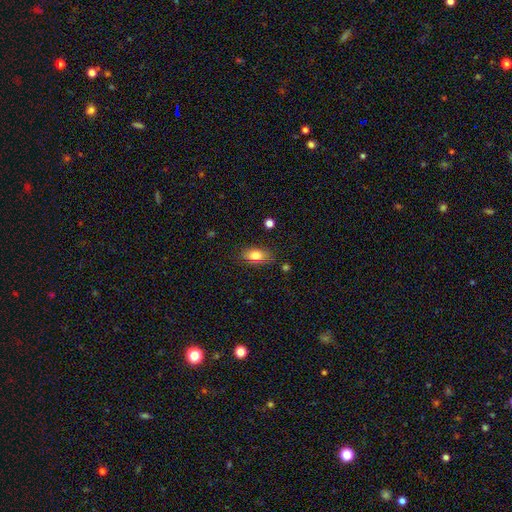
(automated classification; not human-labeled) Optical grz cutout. It shows a smooth galaxy with no disk features (80%) that is in between round and cigar-shaped (86%). Merging: none (81%).